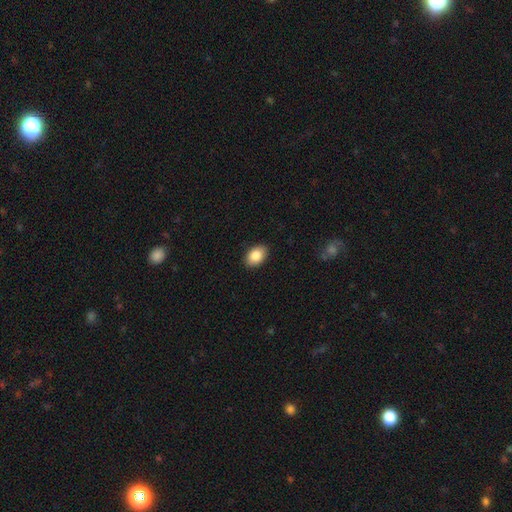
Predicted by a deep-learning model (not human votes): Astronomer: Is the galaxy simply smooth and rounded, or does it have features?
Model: smooth — 87%.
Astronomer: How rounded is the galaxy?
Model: in between — 85%.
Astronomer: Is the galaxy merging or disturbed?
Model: none — 90%.